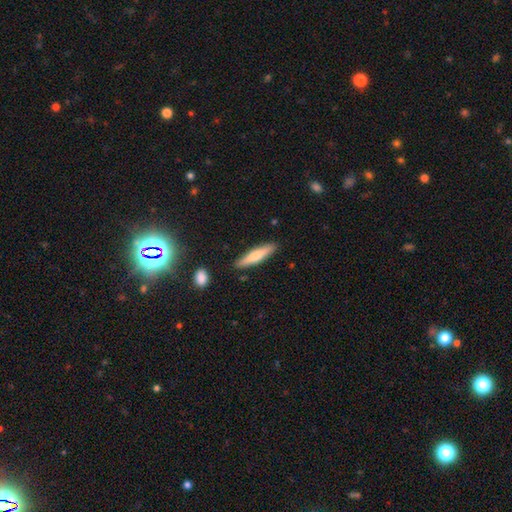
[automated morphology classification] smooth-or-featured: smooth: 62% | featured or disk: 32% | star or artifact: 6%
  how-rounded: cigar-shaped: 82% | in between: 16% | round: 2%
  merging: none: 87% | minor disturbance: 9% | merger: 2% | major disturbance: 2%